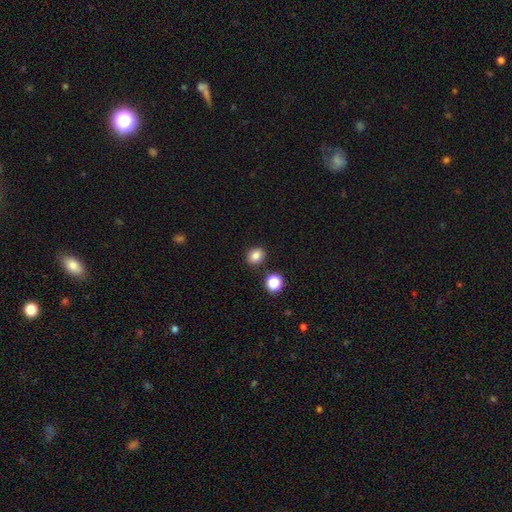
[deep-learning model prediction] smooth-or-featured: smooth: 83% | star or artifact: 12% | featured or disk: 5%
  how-rounded: round: 66% | in between: 33% | cigar-shaped: 1%
  merging: none: 86% | minor disturbance: 8% | merger: 4% | major disturbance: 2%